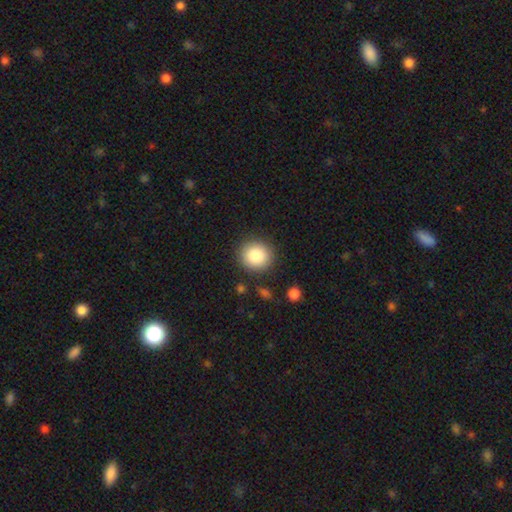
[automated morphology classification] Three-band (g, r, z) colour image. It shows a smooth galaxy with no disk features (86%) that is round (89%). Merging: none (88%).